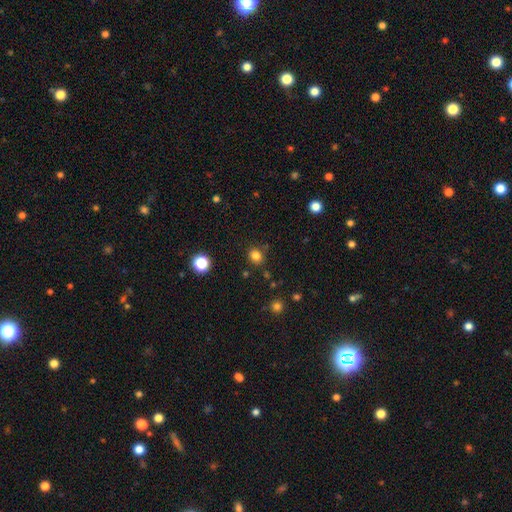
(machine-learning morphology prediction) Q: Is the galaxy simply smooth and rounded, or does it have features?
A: smooth — 81%.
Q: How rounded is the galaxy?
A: round — 78%.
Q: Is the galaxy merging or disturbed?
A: none — 84%.